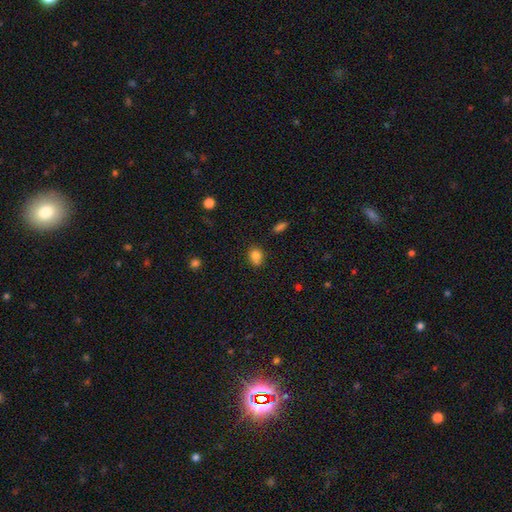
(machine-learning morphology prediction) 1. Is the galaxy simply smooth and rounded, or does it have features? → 82% smooth, 12% star or artifact, 6% featured or disk.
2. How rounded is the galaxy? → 51% round, 48% in between, 1% cigar-shaped.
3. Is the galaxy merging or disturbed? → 69% none, 21% minor disturbance, 6% merger, 4% major disturbance.